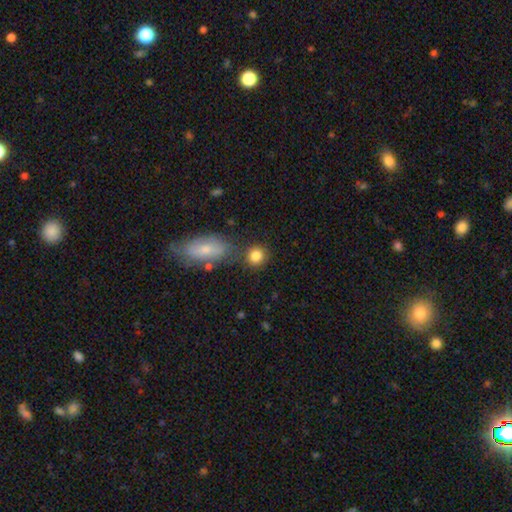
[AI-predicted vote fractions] Smooth or featured?
  - smooth: 85% *
  - star or artifact: 9%
  - featured or disk: 6%
How rounded?
  - round: 83% *
  - in between: 16%
  - cigar-shaped: 2%
Merging?
  - none: 74% *
  - merger: 11%
  - minor disturbance: 11%
  - major disturbance: 4%